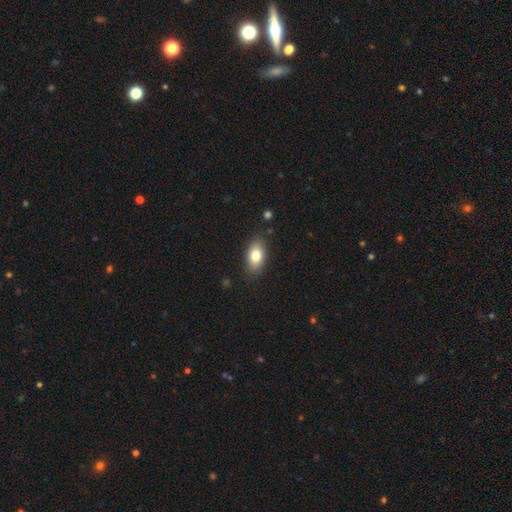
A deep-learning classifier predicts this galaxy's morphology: Smooth or featured? Predicted: smooth (p=0.79). How rounded? Predicted: in between (p=0.89). Merging? Predicted: none (p=0.85).